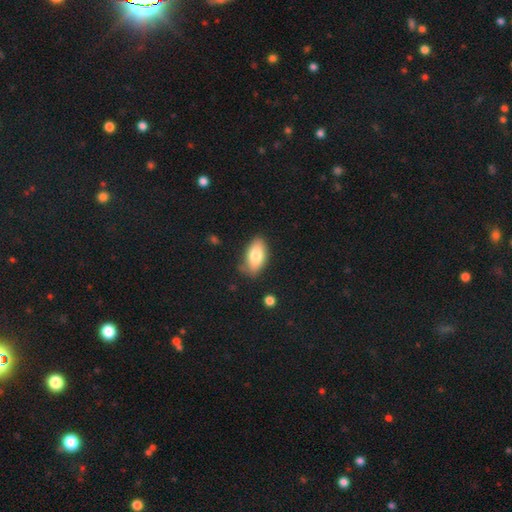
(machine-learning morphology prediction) A smooth galaxy with no disk features (77%) that is in between round and cigar-shaped (92%).

Vote fractions:
- Smooth or featured? smooth: 77% / featured or disk: 16% / star or artifact: 7%
- How rounded? in between: 92% / round: 4% / cigar-shaped: 3%
- Merging? none: 73% / minor disturbance: 21% / major disturbance: 4% / merger: 2%